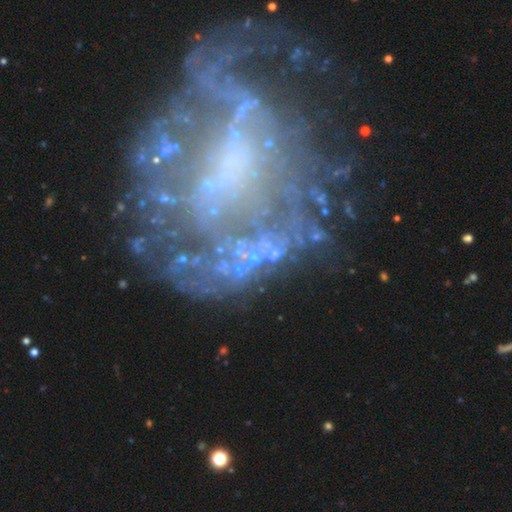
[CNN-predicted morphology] Smooth or featured: featured or disk — 55% (star or artifact — 28%)
Edge-on disk: no — 94% (yes — 6%)
Bar: no — 82% (weak — 11%)
Spiral arms: no — 66% (yes — 34%)
Bulge size: none — 65% (small — 20%)
Merging: none — 53% (major disturbance — 21%)